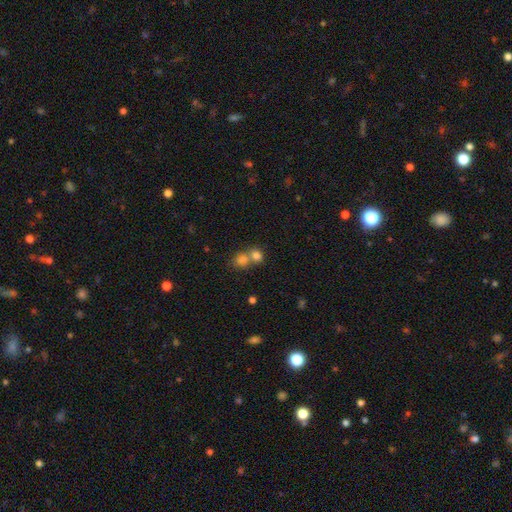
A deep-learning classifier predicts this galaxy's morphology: Overall: smooth (80%). How rounded: round (66%; in between 32%). Merging: merger (57%; none 34%).